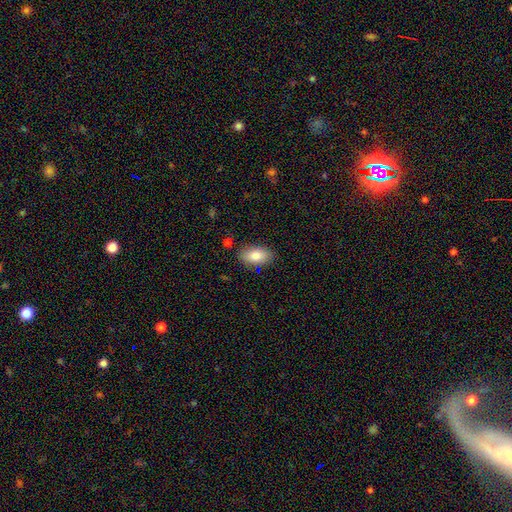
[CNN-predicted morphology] Q: Smooth or featured?
A: smooth (84%); runner-up: featured or disk (10%)
Q: How rounded?
A: in between (93%); runner-up: round (4%)
Q: Merging?
A: none (85%); runner-up: minor disturbance (11%)